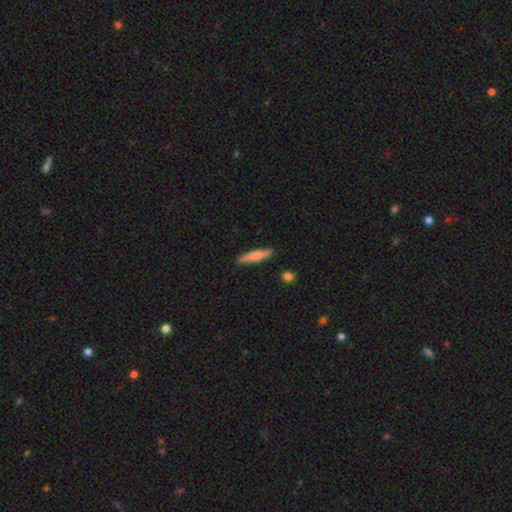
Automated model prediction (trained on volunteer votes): The model was most divided on "smooth or featured": smooth: 66%, featured or disk: 28%, star or artifact: 6%. More confident: merging — none (88%); how rounded — cigar-shaped (84%).